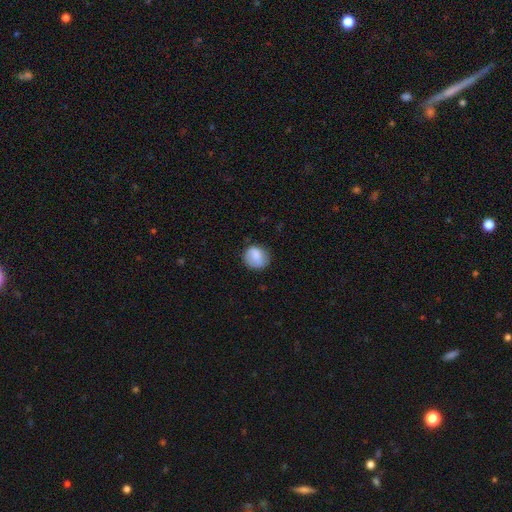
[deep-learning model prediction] smooth_or_featured: smooth (p=0.79) [alt: featured or disk p=0.14]
how_rounded: round (p=0.81) [alt: in between p=0.18]
merging: none (p=0.74) [alt: minor disturbance p=0.19]